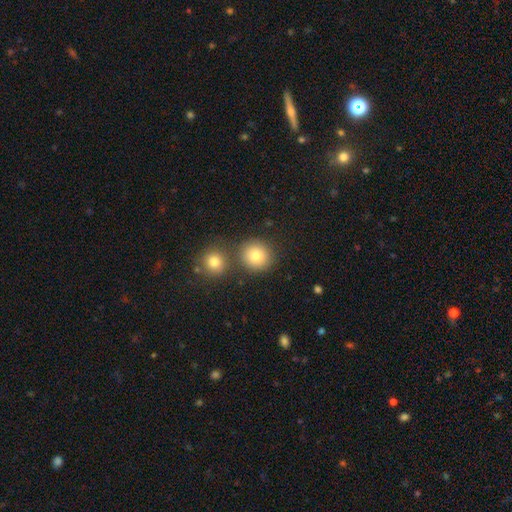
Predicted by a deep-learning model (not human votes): Overall: smooth (80%). How rounded: round (91%). Merging: none (79%).